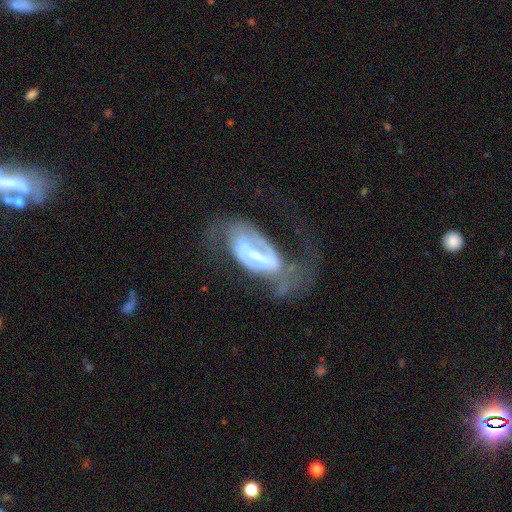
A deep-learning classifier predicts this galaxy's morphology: Smooth or featured? Predicted: featured or disk (p=0.81). Edge-on disk? Predicted: no (p=0.91). Bar? Predicted: strong (p=0.54). Spiral arms? Predicted: yes (p=0.77). Spiral winding? Predicted: medium (p=0.41). Spiral arm count? Predicted: 2 (p=0.66). Bulge size? Predicted: moderate (p=0.48). Merging? Predicted: major disturbance (p=0.39).